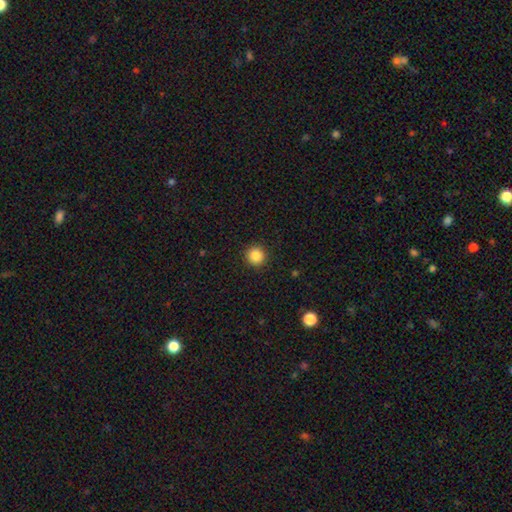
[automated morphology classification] This is clearly a smooth galaxy (86%). How rounded: clearly round (95%). Merging: clearly none (92%).